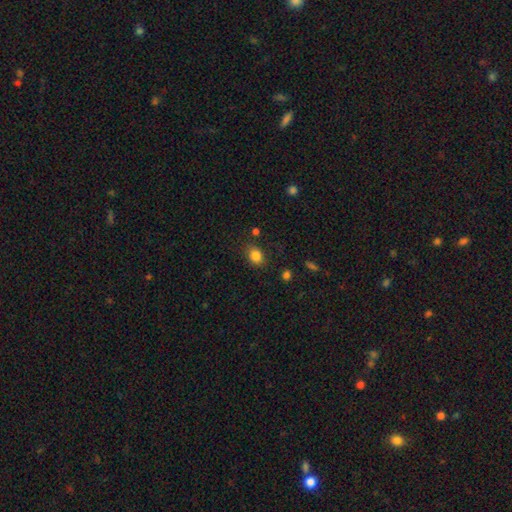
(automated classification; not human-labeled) A smooth galaxy with no disk features (84%) that is in between round and cigar-shaped (55%). Merging: none (79%).